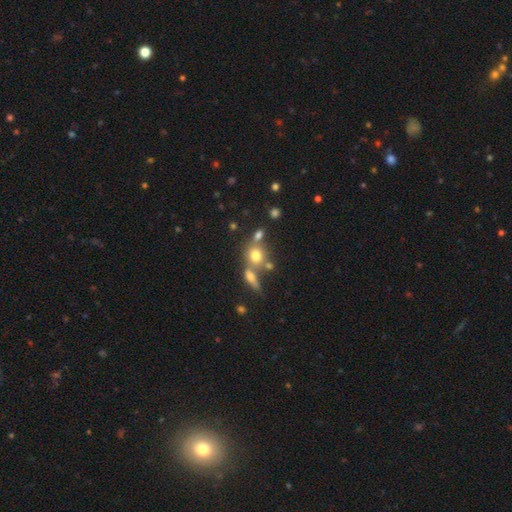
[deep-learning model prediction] Smooth or featured? smooth (71%)
How rounded? round (73%)
Merging? none (47%)